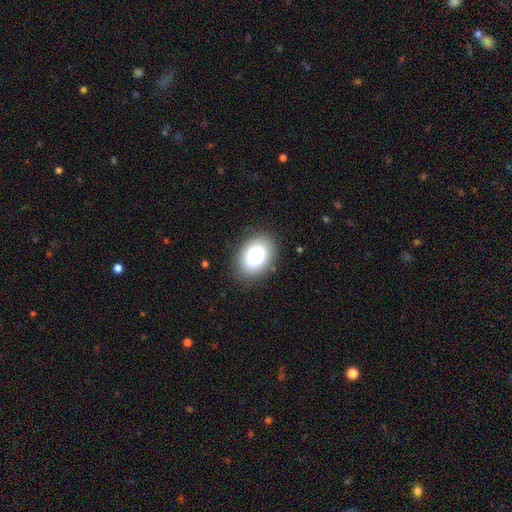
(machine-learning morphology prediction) The model was most divided on "how rounded": in between: 81%, round: 18%, cigar-shaped: 1%. More confident: smooth or featured — smooth (85%); merging — none (85%).